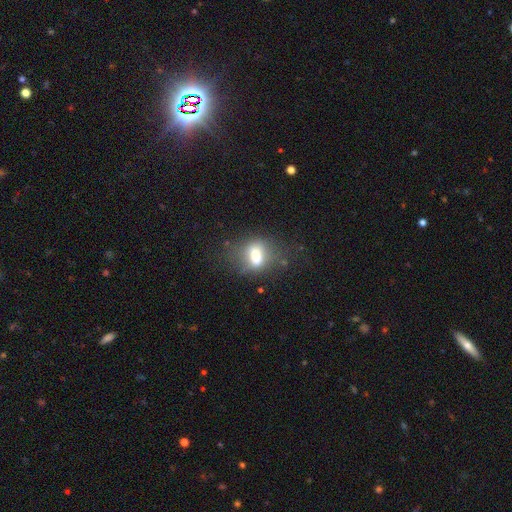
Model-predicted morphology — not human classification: Smooth or featured?
  - smooth: 62% *
  - featured or disk: 26%
  - star or artifact: 12%
How rounded?
  - in between: 67% *
  - round: 21%
  - cigar-shaped: 12%
Merging?
  - none: 60% *
  - minor disturbance: 20%
  - major disturbance: 15%
  - merger: 5%